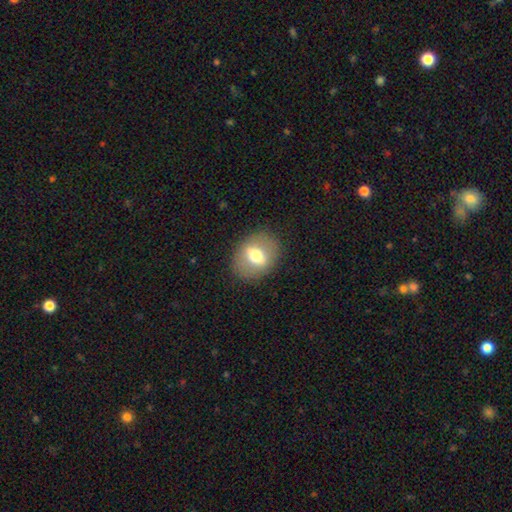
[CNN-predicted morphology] This is likely a smooth galaxy (60%). How rounded: possibly in between (51%). Merging: clearly none (86%).